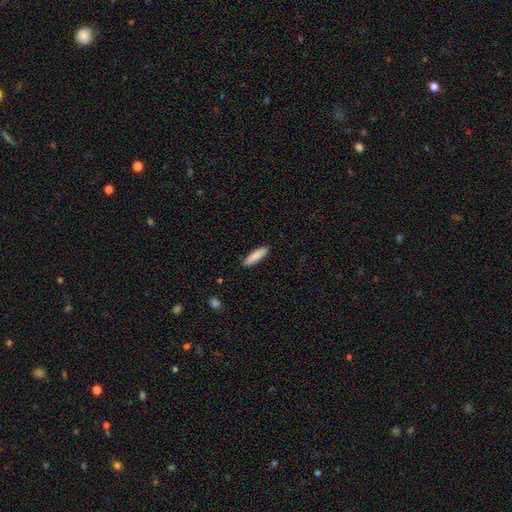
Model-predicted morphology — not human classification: Overall: smooth (85%). How rounded: cigar-shaped (71%). Merging: none (89%).